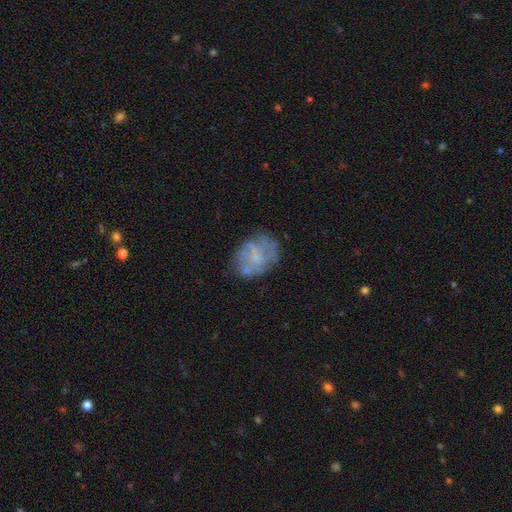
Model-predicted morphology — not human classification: smooth-or-featured: featured or disk: 54% | smooth: 36% | star or artifact: 9%
  disk-edge-on: no: 98% | yes: 2%
    bar: no: 74% | weak: 21% | strong: 5%
    has-spiral-arms: no: 74% | yes: 26%
    bulge-size: none: 48% | small: 30% | moderate: 20% | large: 2% | dominant: 1%
  merging: none: 59% | minor disturbance: 23% | major disturbance: 13% | merger: 5%